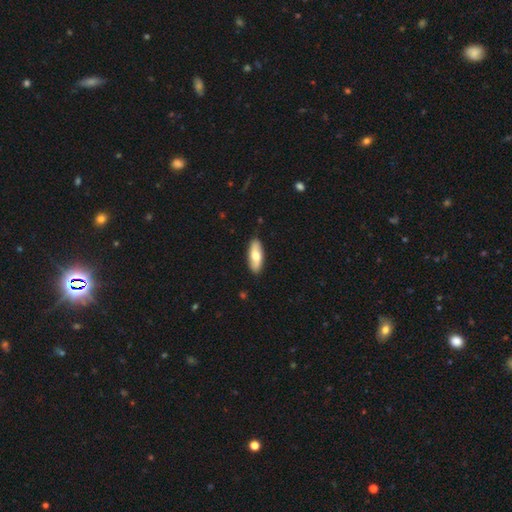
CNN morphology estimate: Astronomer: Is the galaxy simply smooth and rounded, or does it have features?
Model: smooth — 65%.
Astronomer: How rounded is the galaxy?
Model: in between — 71%.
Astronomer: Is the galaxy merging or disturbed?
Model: none — 88%.